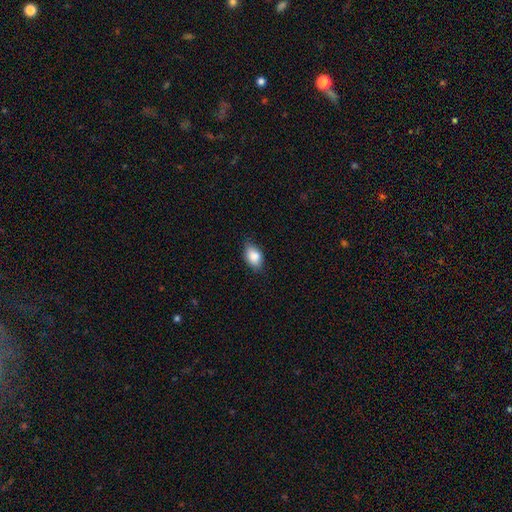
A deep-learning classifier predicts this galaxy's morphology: This appears to be a smooth galaxy with no disk features (85%) that is in between round and cigar-shaped (87%). Merging: none (76%).